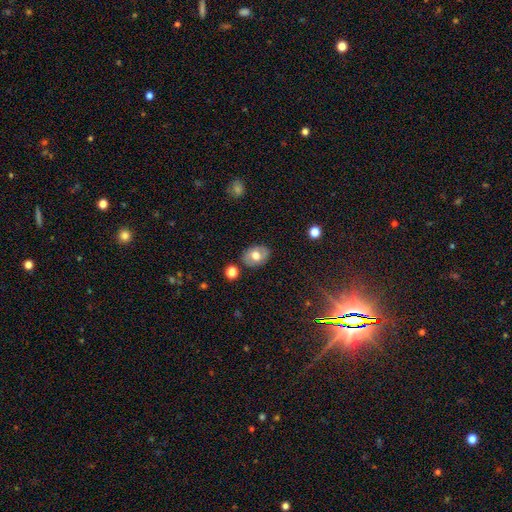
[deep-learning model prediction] Overall: smooth (61%; featured or disk 31%). How rounded: in between (71%). Merging: none (83%).